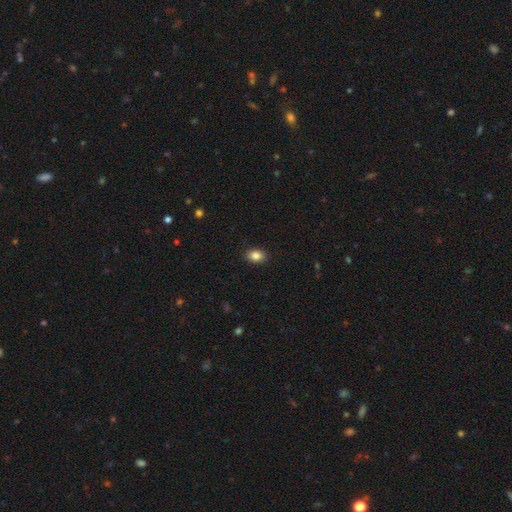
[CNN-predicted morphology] This is clearly a smooth galaxy (86%). How rounded: likely in between (75%). Merging: clearly none (89%).